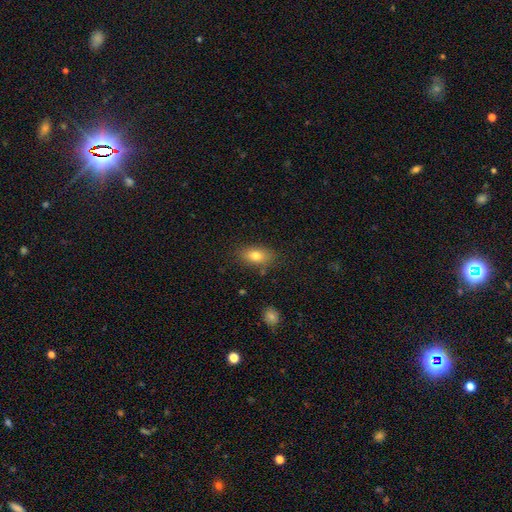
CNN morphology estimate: Overall: smooth (78%). How rounded: in between (87%). Merging: none (80%).